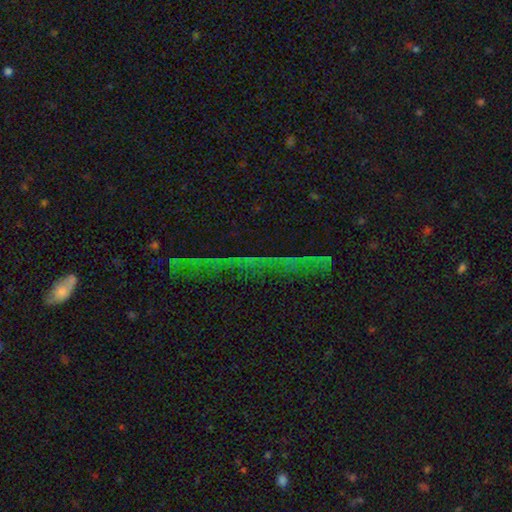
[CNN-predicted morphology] Overall: star or artifact (76%).